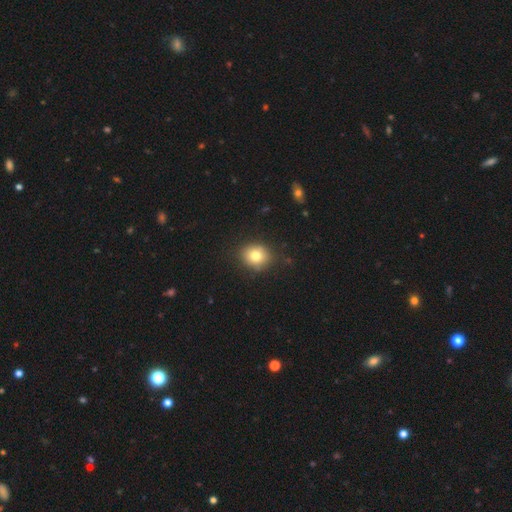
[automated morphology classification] Smooth or featured?
  - smooth: 79% *
  - star or artifact: 11%
  - featured or disk: 11%
How rounded?
  - round: 72% *
  - in between: 27%
  - cigar-shaped: 1%
Merging?
  - none: 84% *
  - minor disturbance: 12%
  - major disturbance: 3%
  - merger: 1%